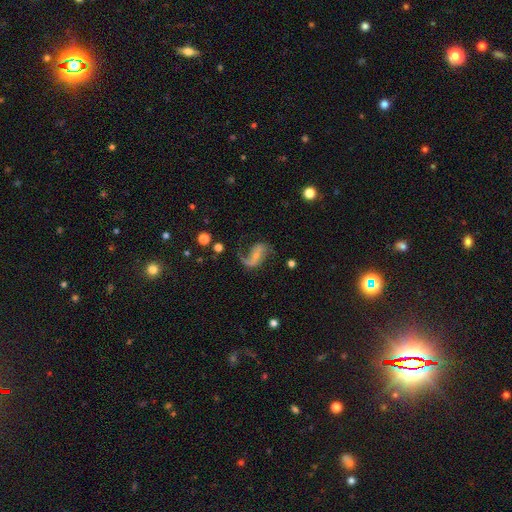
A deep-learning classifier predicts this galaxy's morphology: Smooth or featured: featured or disk — 79% (smooth — 14%)
Edge-on disk: no — 97% (yes — 3%)
Bar: weak — 41% (no — 31%)
Spiral arms: yes — 92% (no — 8%)
Spiral winding: loose — 67% (medium — 26%)
Spiral arm count: 2 — 59% (1 — 36%)
Bulge size: small — 57% (moderate — 21%)
Merging: none — 47% (major disturbance — 30%)